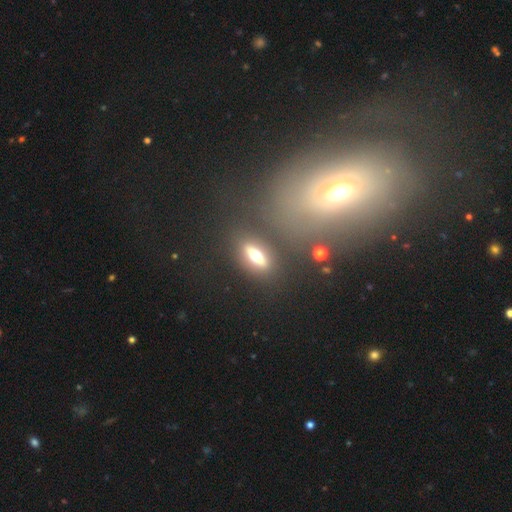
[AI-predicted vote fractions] Overall: smooth (52%; featured or disk 35%). How rounded: in between (58%; cigar-shaped 31%). Merging: none (85%).